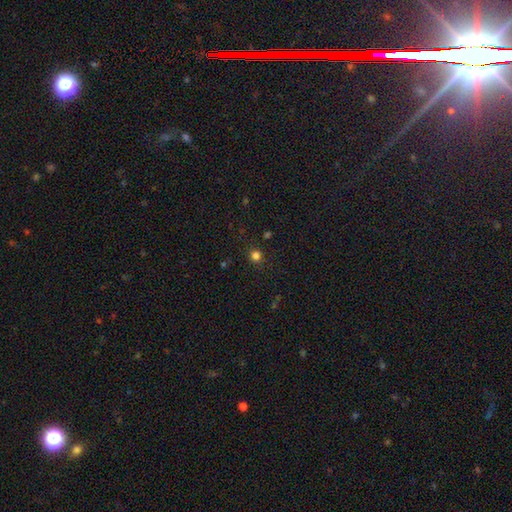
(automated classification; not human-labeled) smooth 80%, star or artifact 17%, featured or disk 4%. Down the decision tree: how rounded — round (93%); merging — none (90%).